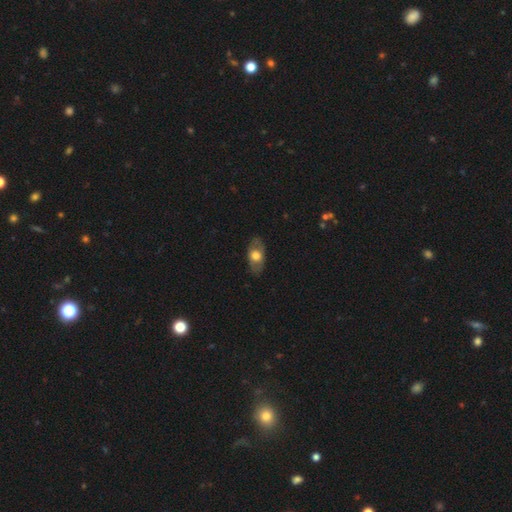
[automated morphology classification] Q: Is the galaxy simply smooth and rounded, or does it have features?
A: smooth — 56%.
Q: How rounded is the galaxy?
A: in between — 86%.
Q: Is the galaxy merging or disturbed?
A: none — 80%.